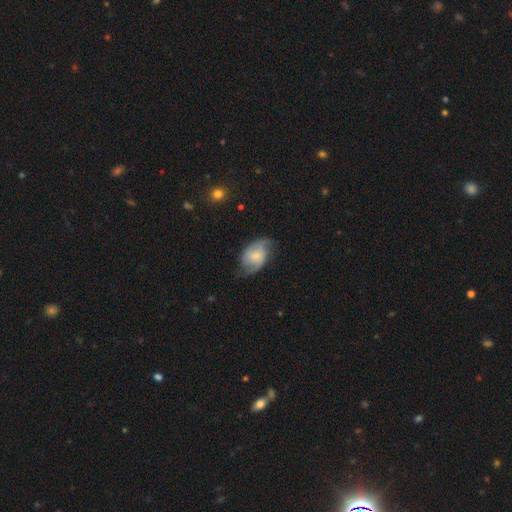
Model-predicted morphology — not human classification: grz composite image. It shows a featured or disk galaxy (64%) with no bar (52%), 2 (85%) medium (43%) spiral arms (91%) and a small central bulge (38%). Merging: none (61%).